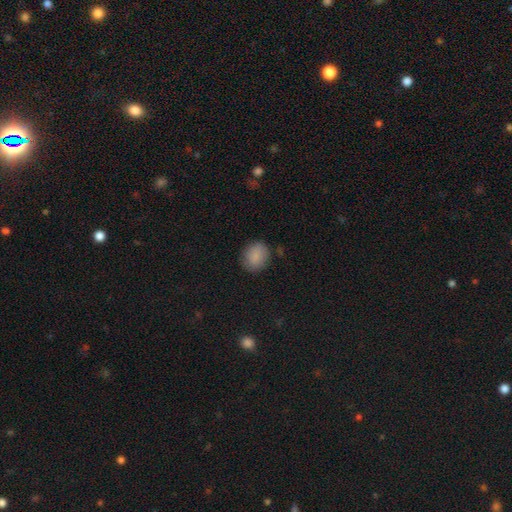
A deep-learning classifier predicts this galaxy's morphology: Smooth or featured? smooth (87%)
How rounded? round (66%)
Merging? none (83%)